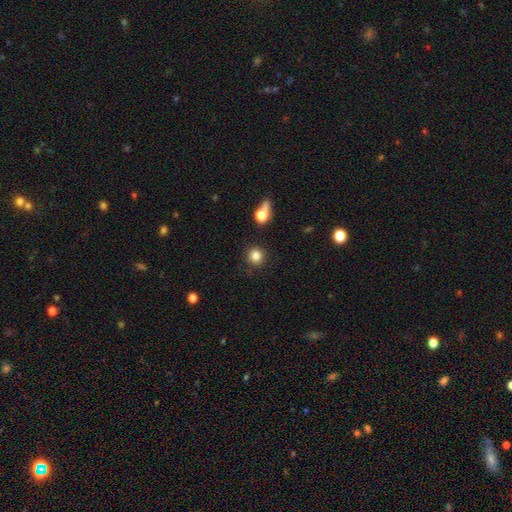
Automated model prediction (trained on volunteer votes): Smooth or featured? smooth (85%)
How rounded? round (88%)
Merging? none (85%)